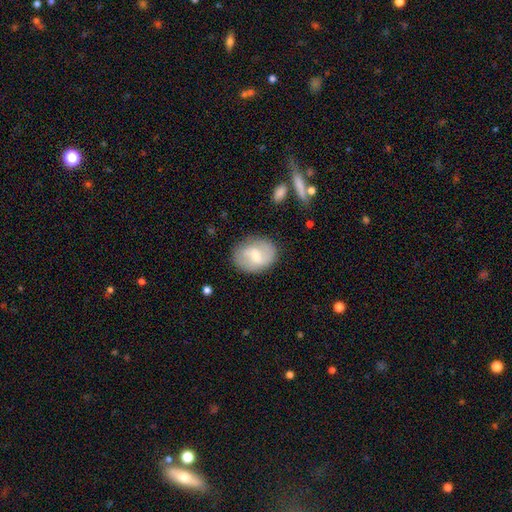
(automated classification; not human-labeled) The model was most divided on "smooth or featured": featured or disk: 49%, smooth: 44%, star or artifact: 7%. More confident: merging — none (80%).